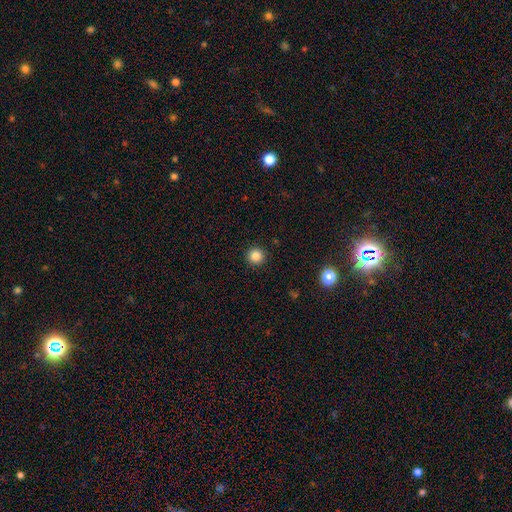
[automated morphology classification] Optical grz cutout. It shows a smooth galaxy with no disk features (85%) that is round (95%). Merging: none (92%).